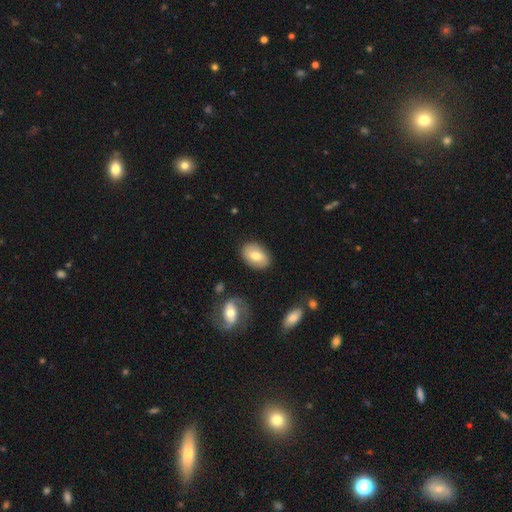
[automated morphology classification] Smooth or featured: smooth — 71% (featured or disk — 22%)
How rounded: in between — 85% (round — 13%)
Merging: none — 84% (minor disturbance — 11%)